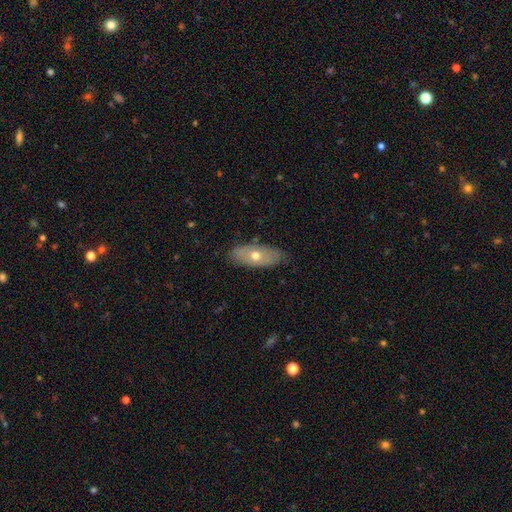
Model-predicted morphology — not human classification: A smooth galaxy with no disk features (55%) that is in between round and cigar-shaped (80%).

Vote fractions:
- Smooth or featured? smooth: 55% / featured or disk: 38% / star or artifact: 6%
- How rounded? in between: 80% / cigar-shaped: 15% / round: 5%
- Merging? none: 79% / minor disturbance: 17% / major disturbance: 3% / merger: 1%